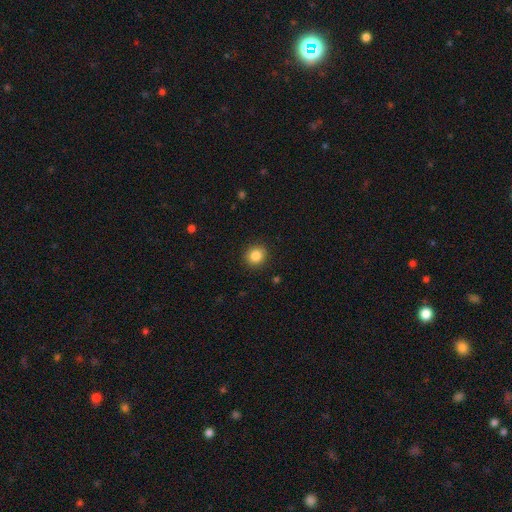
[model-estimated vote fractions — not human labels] Smooth or featured: smooth — 85% (star or artifact — 10%)
How rounded: round — 83% (in between — 16%)
Merging: none — 91% (minor disturbance — 6%)